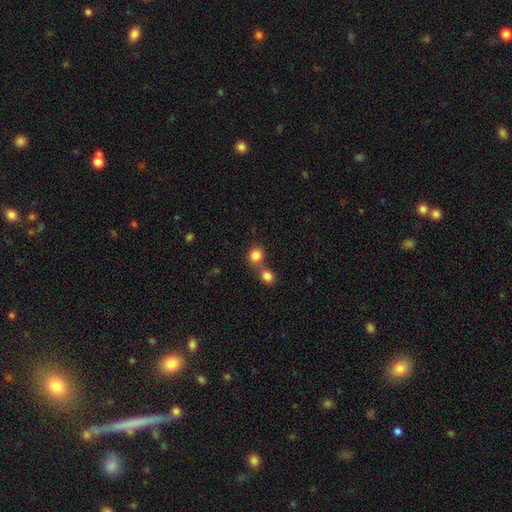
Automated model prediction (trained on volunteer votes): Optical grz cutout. It shows a smooth galaxy with no disk features (84%) that is round (82%). Merging: none (47%).